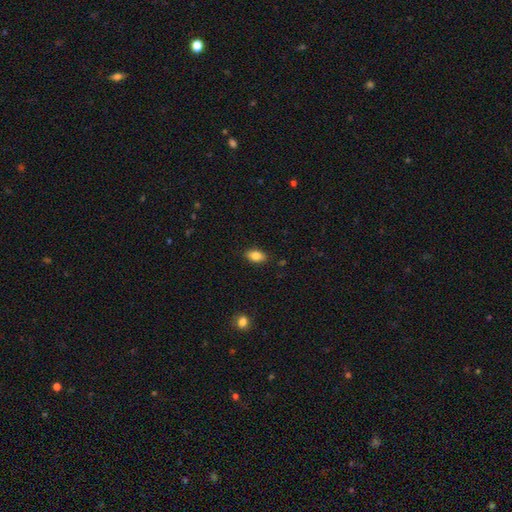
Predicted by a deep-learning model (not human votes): This appears to be a smooth galaxy with no disk features (83%) that is in between round and cigar-shaped (89%). Merging: none (87%).